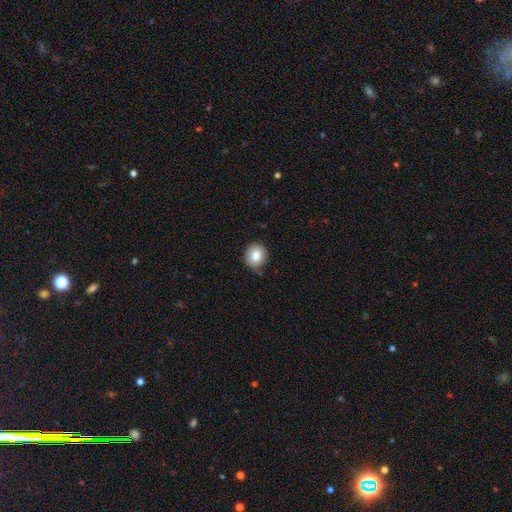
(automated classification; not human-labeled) This is clearly a smooth galaxy (82%). How rounded: clearly round (83%). Merging: clearly none (82%).